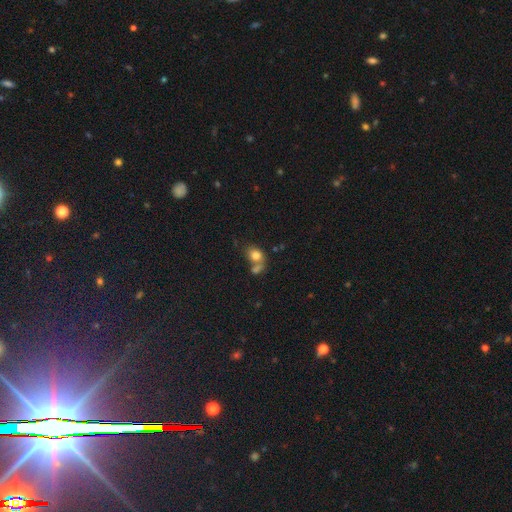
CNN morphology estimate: Smooth or featured: smooth — 80% (featured or disk — 10%)
How rounded: in between — 52% (round — 47%)
Merging: merger — 46% (none — 36%)